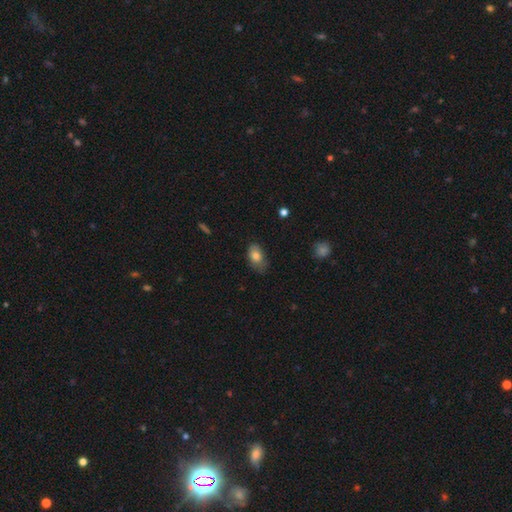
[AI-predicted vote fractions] smooth 78%, featured or disk 14%, star or artifact 8%. Down the decision tree: how rounded — in between (89%); merging — none (62%).